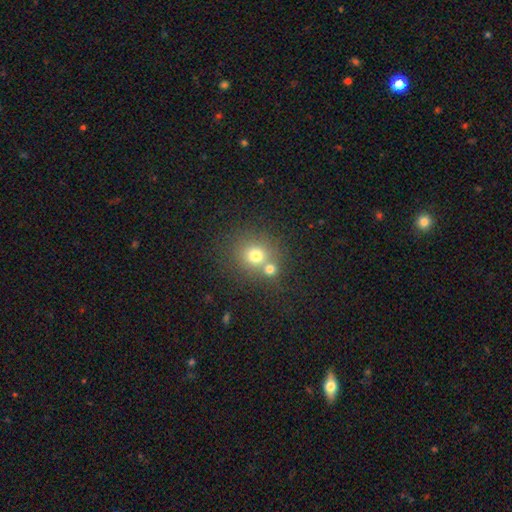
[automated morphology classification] smooth-or-featured: smooth: 72% | star or artifact: 15% | featured or disk: 13%
  how-rounded: round: 85% | in between: 14% | cigar-shaped: 1%
  merging: none: 50% | merger: 39% | minor disturbance: 7% | major disturbance: 3%